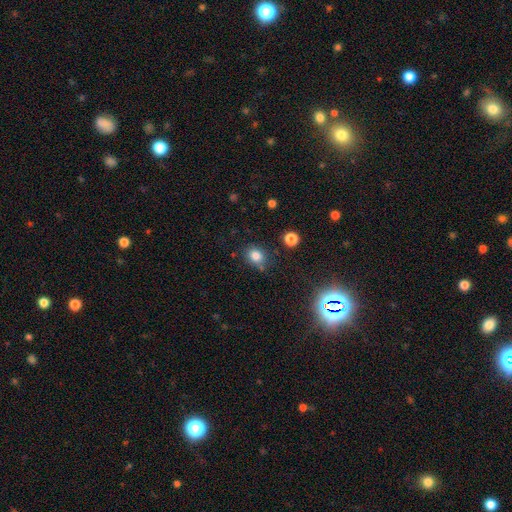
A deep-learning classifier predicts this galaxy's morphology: Smooth or featured? Predicted: smooth (p=0.81). How rounded? Predicted: round (p=0.66). Merging? Predicted: none (p=0.75).